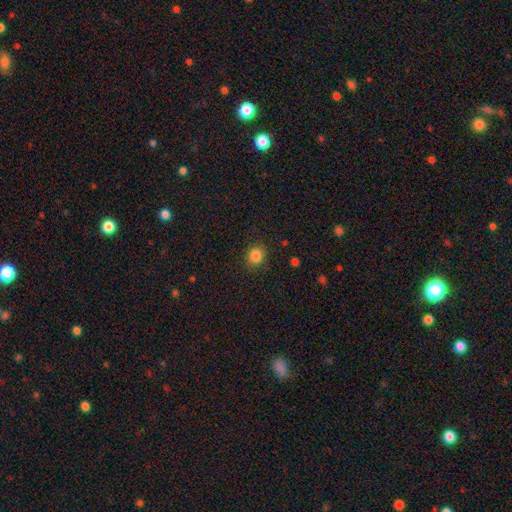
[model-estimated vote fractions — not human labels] smooth 84%, star or artifact 11%, featured or disk 4%. Down the decision tree: how rounded — round (75%); merging — none (88%).